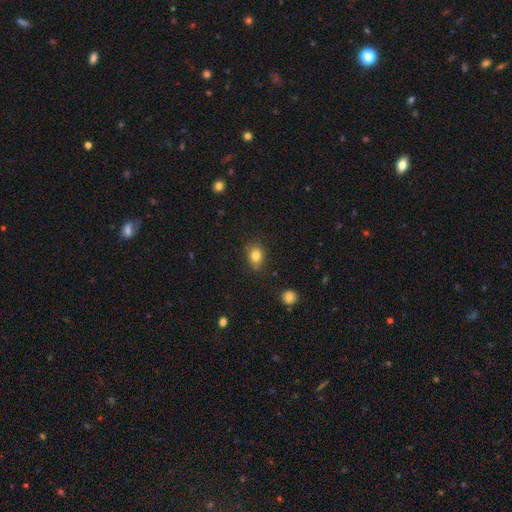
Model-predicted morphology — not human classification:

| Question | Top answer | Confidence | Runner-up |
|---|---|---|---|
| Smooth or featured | smooth | 83% | star or artifact (11%) |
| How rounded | in between | 55% | round (43%) |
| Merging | none | 82% | minor disturbance (13%) |